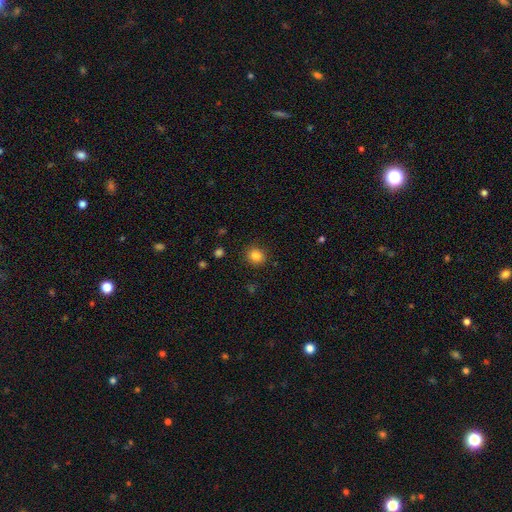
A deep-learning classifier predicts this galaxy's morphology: Smooth or featured? smooth (84%)
How rounded? round (85%)
Merging? none (90%)